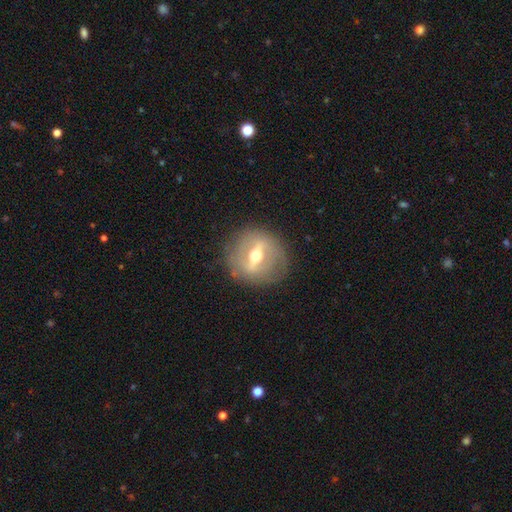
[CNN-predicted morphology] smooth_or_featured: featured or disk (p=0.75) [alt: smooth p=0.18]
disk_edge_on: no (p=0.73) [alt: yes p=0.27]
bar: strong (p=0.69) [alt: weak p=0.23]
has_spiral_arms: no (p=0.75) [alt: yes p=0.25]
bulge_size: moderate (p=0.74) [alt: small p=0.17]
merging: none (p=0.83) [alt: minor disturbance p=0.11]